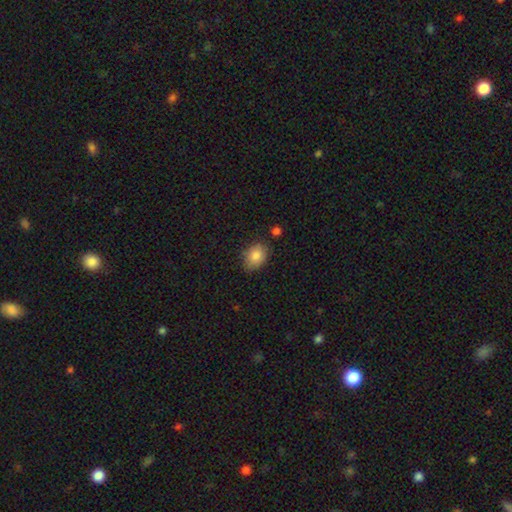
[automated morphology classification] Smooth or featured? smooth (84%)
How rounded? in between (66%)
Merging? none (74%)